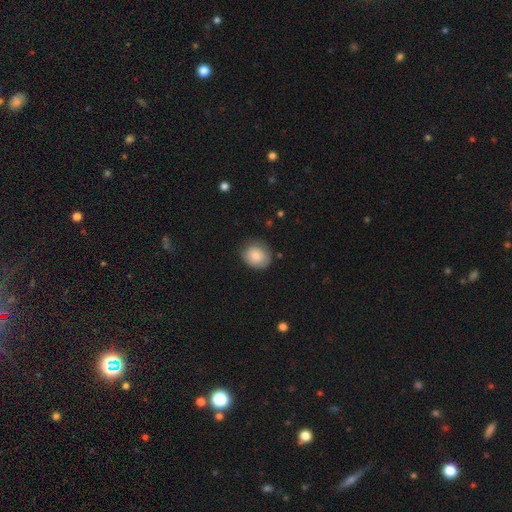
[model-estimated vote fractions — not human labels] A smooth galaxy with no disk features (85%) that is round (61%).

Vote fractions:
- Smooth or featured? smooth: 85% / featured or disk: 8% / star or artifact: 7%
- How rounded? round: 61% / in between: 39% / cigar-shaped: 1%
- Merging? none: 74% / minor disturbance: 20% / major disturbance: 4% / merger: 1%